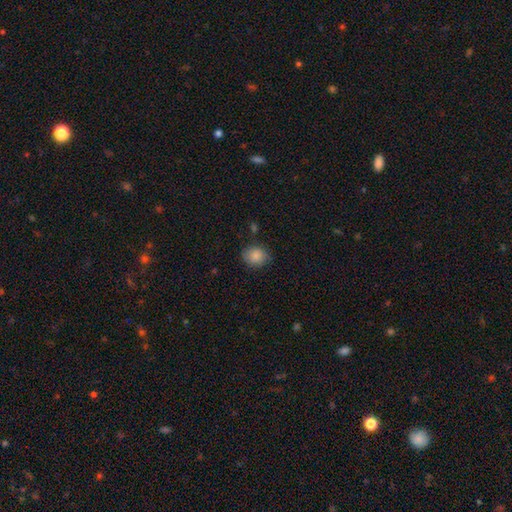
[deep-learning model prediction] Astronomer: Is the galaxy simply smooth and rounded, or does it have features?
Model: smooth — 87%.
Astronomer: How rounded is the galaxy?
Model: round — 72%.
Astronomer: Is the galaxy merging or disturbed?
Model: none — 81%.